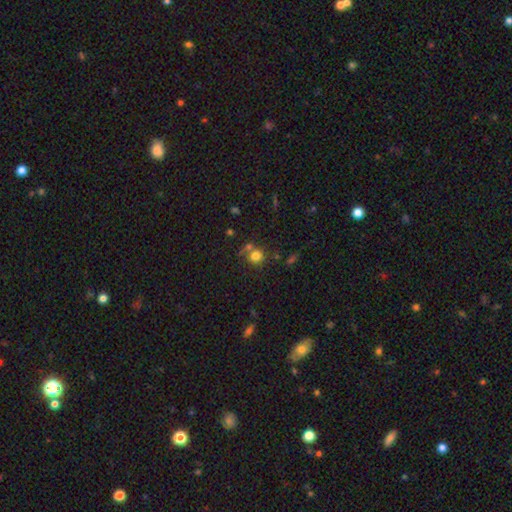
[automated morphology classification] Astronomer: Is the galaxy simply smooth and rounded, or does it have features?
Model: smooth — 77%.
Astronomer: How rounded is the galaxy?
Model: round — 85%.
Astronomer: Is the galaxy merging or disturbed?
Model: none — 57%.